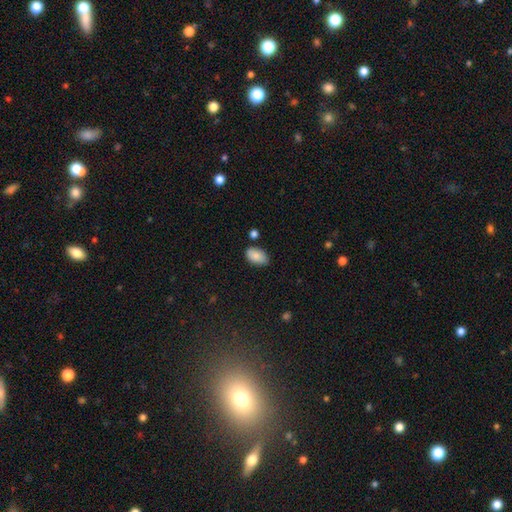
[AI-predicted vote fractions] This appears to be a smooth galaxy with no disk features (86%) that is in between round and cigar-shaped (93%). Merging: none (77%).